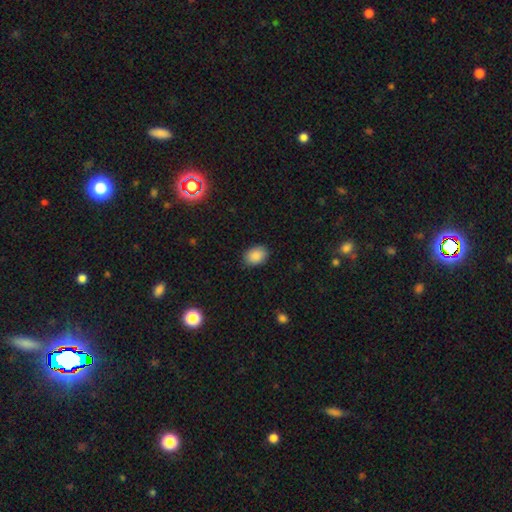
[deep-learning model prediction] smooth-or-featured: smooth: 89% | star or artifact: 8% | featured or disk: 4%
  how-rounded: in between: 77% | round: 22% | cigar-shaped: 1%
  merging: none: 86% | minor disturbance: 11% | major disturbance: 2% | merger: 1%